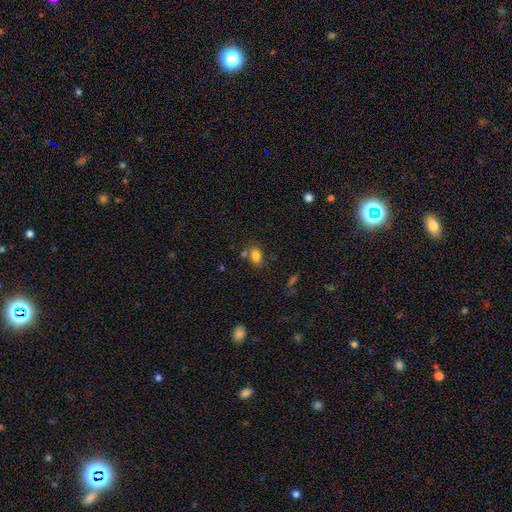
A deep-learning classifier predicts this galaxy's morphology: smooth-or-featured: smooth: 81% | star or artifact: 11% | featured or disk: 8%
  how-rounded: in between: 76% | round: 22% | cigar-shaped: 2%
  merging: none: 63% | merger: 17% | minor disturbance: 15% | major disturbance: 5%